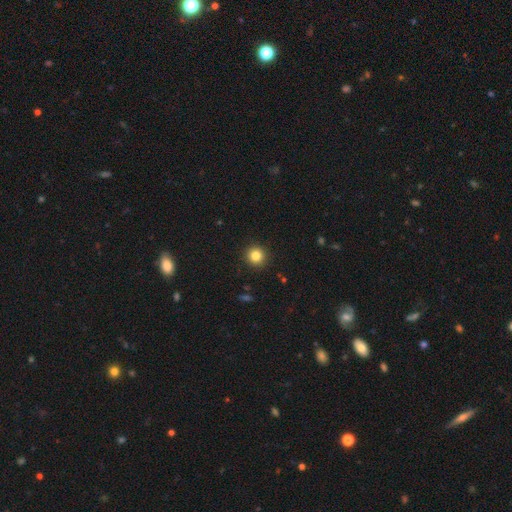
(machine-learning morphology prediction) A smooth galaxy with no disk features (83%) that is round (94%).

Vote fractions:
- Smooth or featured? smooth: 83% / star or artifact: 11% / featured or disk: 6%
- How rounded? round: 94% / in between: 5% / cigar-shaped: 1%
- Merging? none: 92% / minor disturbance: 5% / major disturbance: 2% / merger: 1%